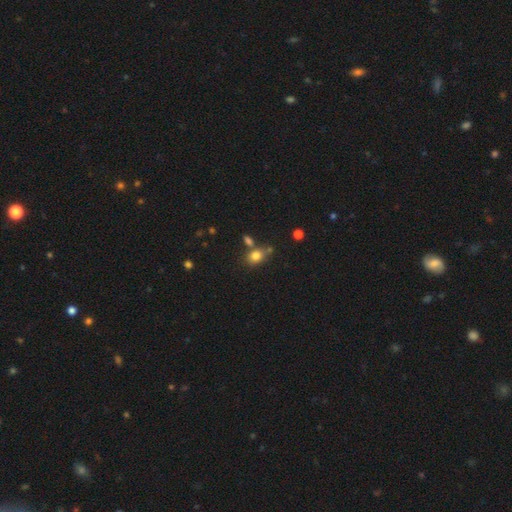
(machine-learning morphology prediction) A smooth galaxy with no disk features (79%) that is in between round and cigar-shaped (54%).

Vote fractions:
- Smooth or featured? smooth: 79% / star or artifact: 12% / featured or disk: 9%
- How rounded? in between: 54% / round: 44% / cigar-shaped: 2%
- Merging? none: 56% / merger: 22% / minor disturbance: 16% / major disturbance: 6%